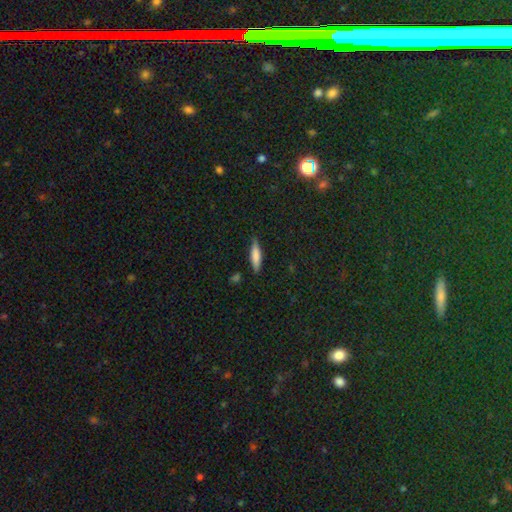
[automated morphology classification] smooth-or-featured: smooth: 74% | featured or disk: 19% | star or artifact: 7%
  how-rounded: cigar-shaped: 74% | in between: 24% | round: 2%
  merging: none: 83% | minor disturbance: 12% | major disturbance: 2% | merger: 2%